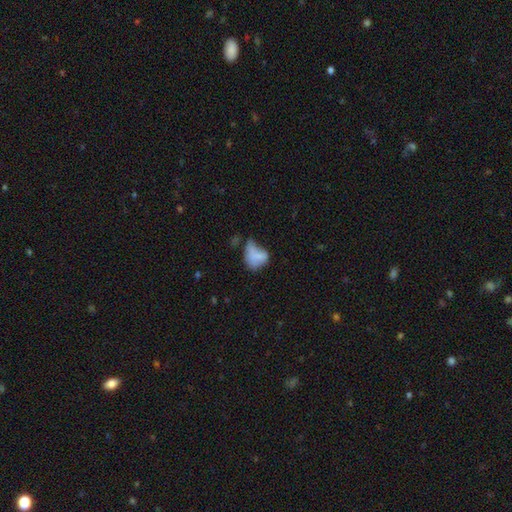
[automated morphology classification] Smooth or featured: smooth — 66% (featured or disk — 22%)
How rounded: in between — 71% (round — 27%)
Merging: major disturbance — 32% (minor disturbance — 29%)